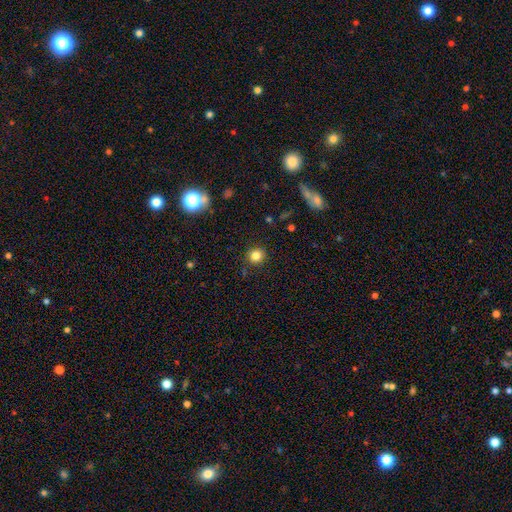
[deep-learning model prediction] A smooth galaxy with no disk features (81%) that is round (92%).

Vote fractions:
- Smooth or featured? smooth: 81% / star or artifact: 13% / featured or disk: 6%
- How rounded? round: 92% / in between: 7% / cigar-shaped: 1%
- Merging? none: 89% / minor disturbance: 7% / major disturbance: 2% / merger: 2%